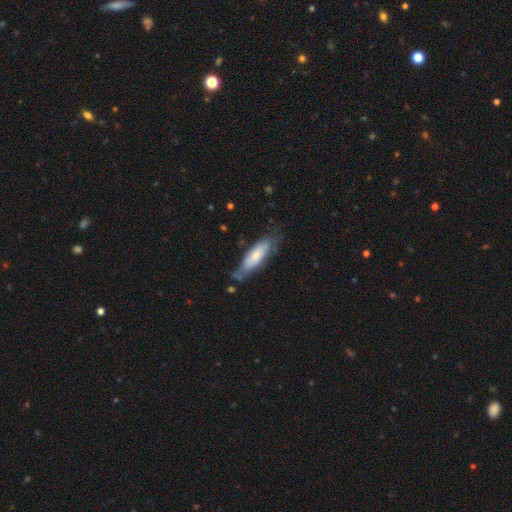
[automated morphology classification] A smooth galaxy with no disk features (68%) that is cigar-shaped (52%).

Vote fractions:
- Smooth or featured? smooth: 68% / featured or disk: 26% / star or artifact: 6%
- How rounded? cigar-shaped: 52% / in between: 46% / round: 1%
- Merging? none: 57% / minor disturbance: 30% / major disturbance: 9% / merger: 5%